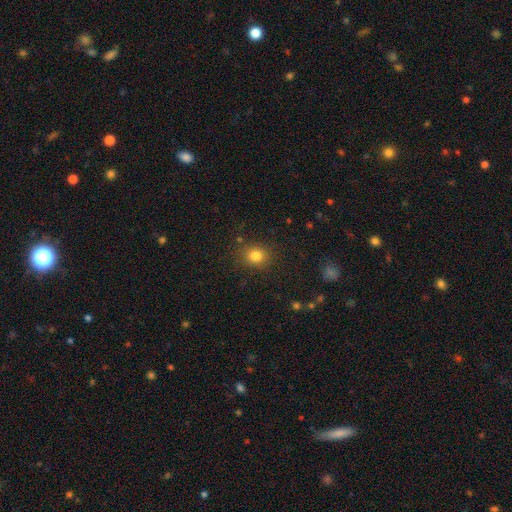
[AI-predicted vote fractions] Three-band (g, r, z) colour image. It shows a smooth galaxy with no disk features (82%) that is round (78%). Merging: none (86%).